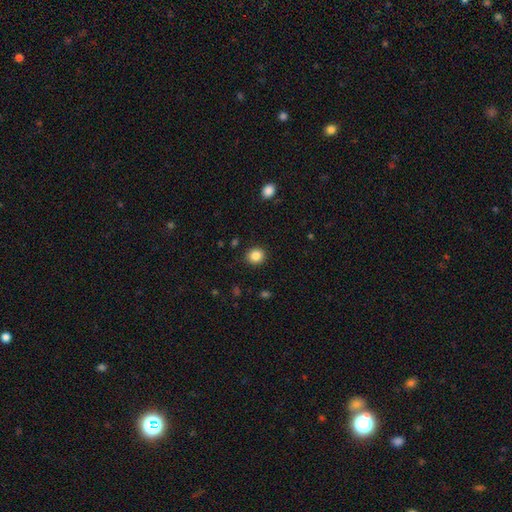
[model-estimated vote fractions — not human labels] Smooth or featured? smooth (86%)
How rounded? round (85%)
Merging? none (91%)